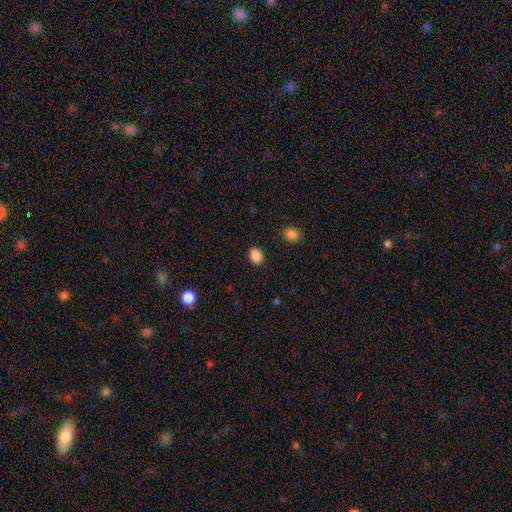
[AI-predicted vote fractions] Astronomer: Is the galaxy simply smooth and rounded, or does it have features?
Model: smooth — 88%.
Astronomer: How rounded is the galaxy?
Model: in between — 60% (runner-up: round, 39%).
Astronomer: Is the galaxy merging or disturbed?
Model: none — 89%.